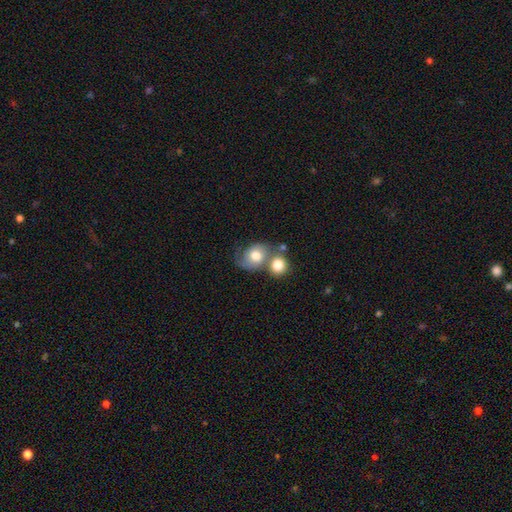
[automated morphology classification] Smooth or featured? Predicted: smooth (p=0.64). How rounded? Predicted: round (p=0.56). Merging? Predicted: merger (p=0.46).